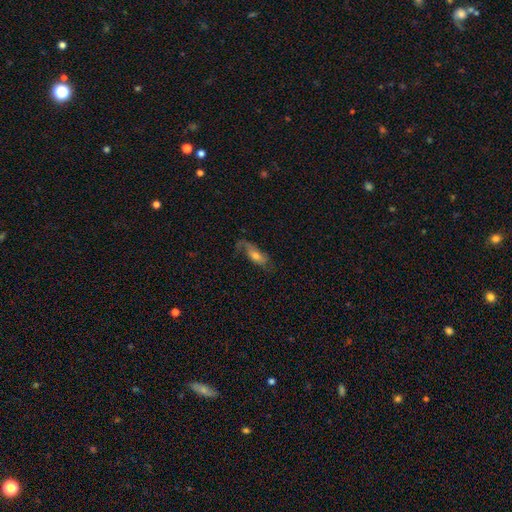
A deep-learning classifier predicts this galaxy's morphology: A featured or disk galaxy (55%). Merging: none (56%).